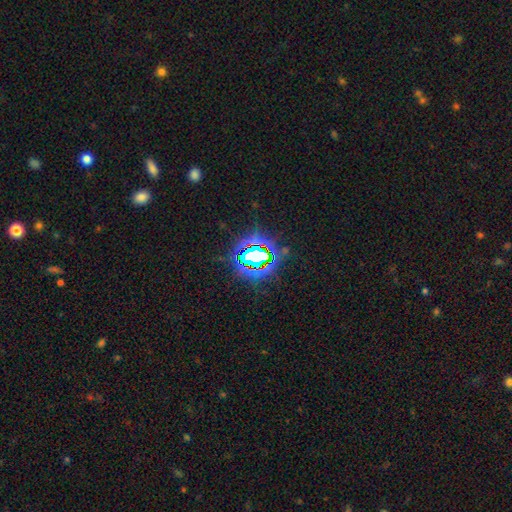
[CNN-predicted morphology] Overall: star or artifact (74%).